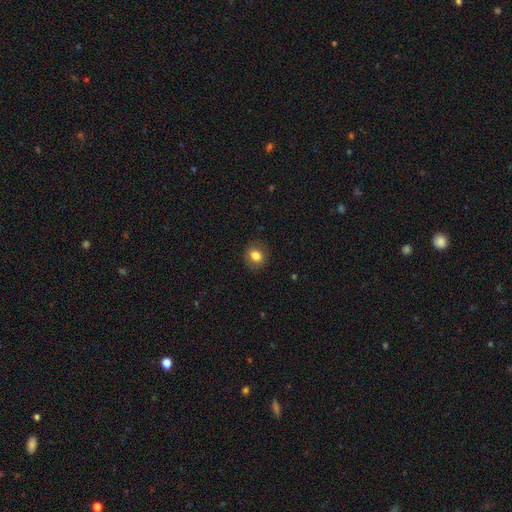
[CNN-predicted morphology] A smooth galaxy with no disk features (81%) that is round (66%).

Vote fractions:
- Smooth or featured? smooth: 81% / star or artifact: 10% / featured or disk: 9%
- How rounded? round: 66% / in between: 33% / cigar-shaped: 1%
- Merging? none: 87% / minor disturbance: 10% / major disturbance: 3% / merger: 1%